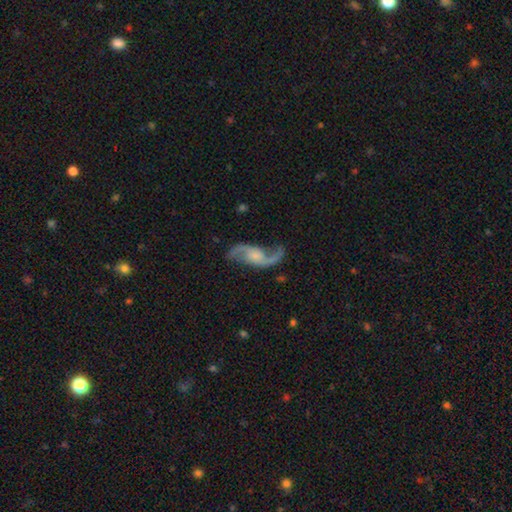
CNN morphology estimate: This appears to be a featured or disk galaxy (89%) with no bar (59%), 2 (93%) loose (75%) spiral arms (97%) and a small central bulge (46%). Merging: none (77%).